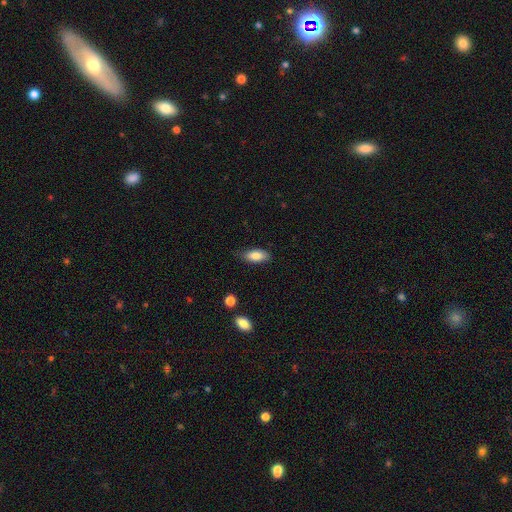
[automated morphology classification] Smooth or featured: smooth — 83% (featured or disk — 10%)
How rounded: in between — 83% (cigar-shaped — 14%)
Merging: none — 77% (minor disturbance — 19%)